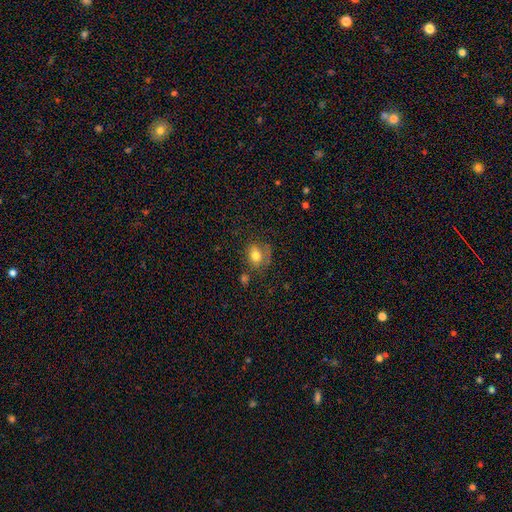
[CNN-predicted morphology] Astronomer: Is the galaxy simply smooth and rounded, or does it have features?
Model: smooth — 74%.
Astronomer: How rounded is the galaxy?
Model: in between — 51% (runner-up: round, 48%).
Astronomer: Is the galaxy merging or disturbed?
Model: none — 52%.